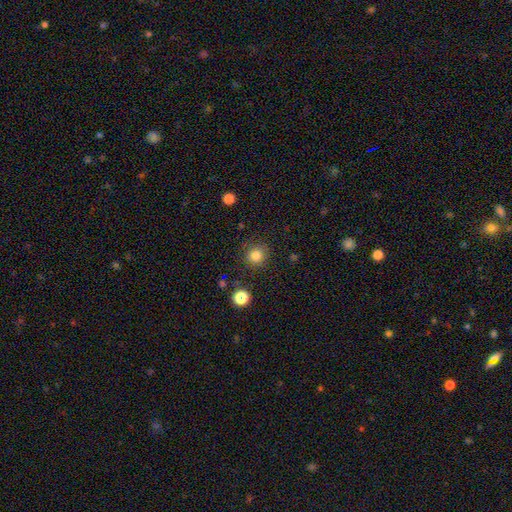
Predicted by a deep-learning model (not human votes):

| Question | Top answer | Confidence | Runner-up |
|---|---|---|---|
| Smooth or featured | smooth | 81% | star or artifact (14%) |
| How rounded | round | 92% | in between (7%) |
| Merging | none | 87% | minor disturbance (8%) |